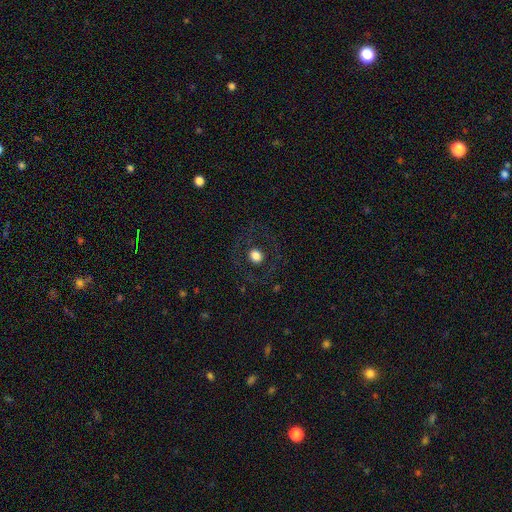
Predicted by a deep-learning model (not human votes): A smooth galaxy with no disk features (67%) that is round (81%).

Vote fractions:
- Smooth or featured? smooth: 67% / featured or disk: 21% / star or artifact: 12%
- How rounded? round: 81% / in between: 18% / cigar-shaped: 1%
- Merging? none: 85% / minor disturbance: 8% / major disturbance: 6% / merger: 1%